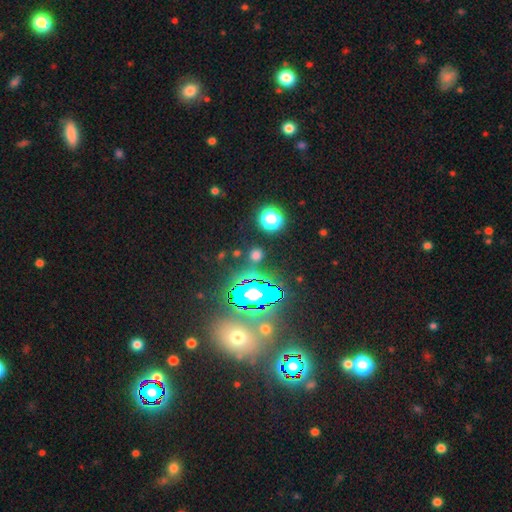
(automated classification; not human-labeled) This is possibly a smooth galaxy (47%). Merging: clearly none (82%).